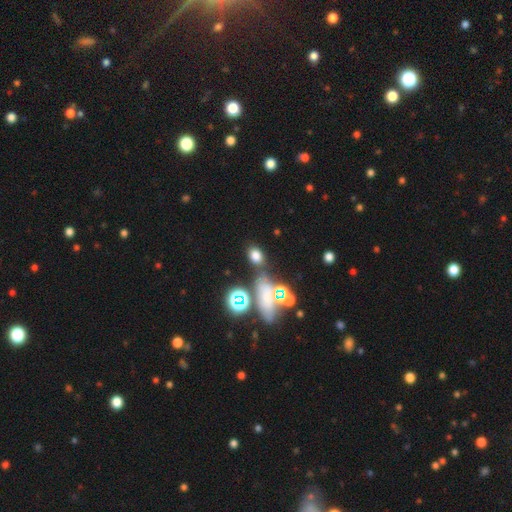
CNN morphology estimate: Smooth or featured? smooth (69%)
How rounded? in between (74%)
Merging? none (68%)